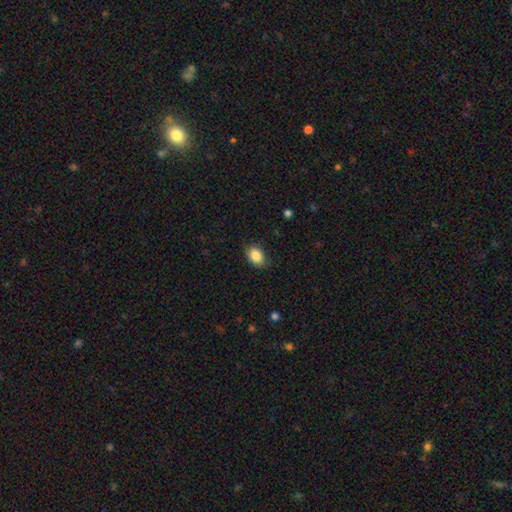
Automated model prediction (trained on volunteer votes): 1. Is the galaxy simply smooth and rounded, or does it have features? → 87% smooth, 8% star or artifact, 5% featured or disk.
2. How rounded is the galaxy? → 78% in between, 21% round, 1% cigar-shaped.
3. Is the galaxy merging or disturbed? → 83% none, 14% minor disturbance, 3% major disturbance, 1% merger.